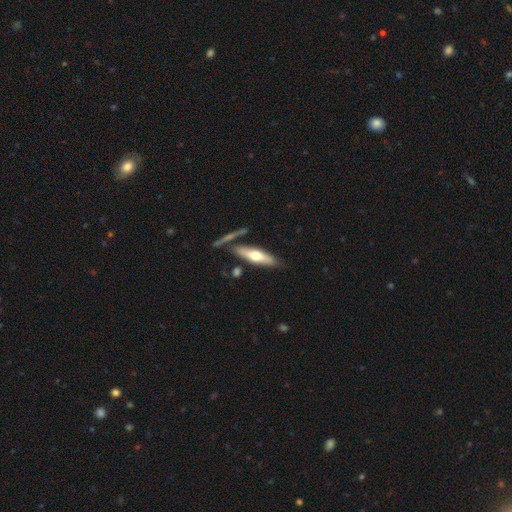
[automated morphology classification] A smooth galaxy with no disk features (51%) that is cigar-shaped (61%). Merging: none (72%).